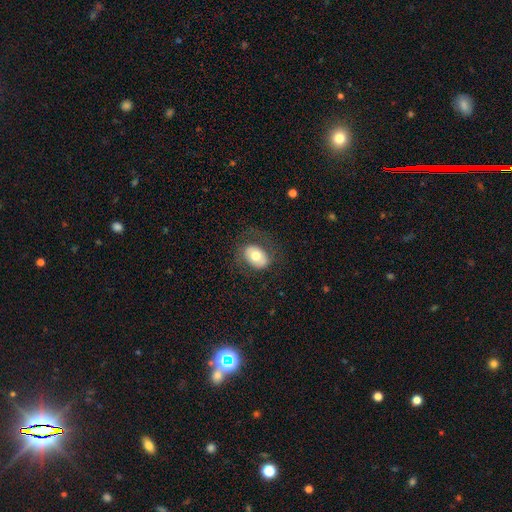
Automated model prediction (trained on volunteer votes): A smooth galaxy with no disk features (65%) that is in between round and cigar-shaped (72%).

Vote fractions:
- Smooth or featured? smooth: 65% / featured or disk: 28% / star or artifact: 8%
- How rounded? in between: 72% / round: 27% / cigar-shaped: 1%
- Merging? none: 71% / minor disturbance: 16% / major disturbance: 12% / merger: 1%